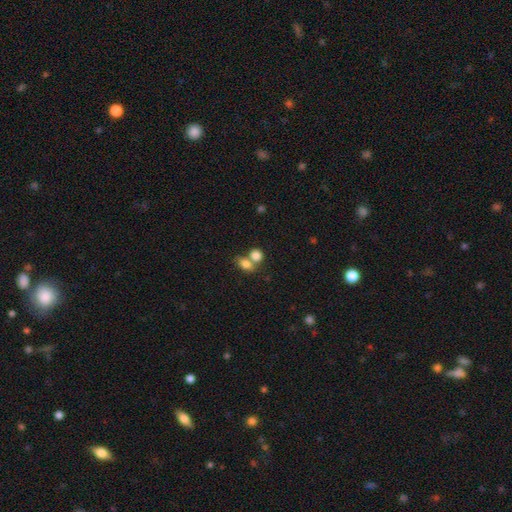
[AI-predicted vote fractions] The model was most divided on "how rounded": in between: 52%, round: 46%, cigar-shaped: 2%. More confident: smooth or featured — smooth (82%); merging — merger (51%).